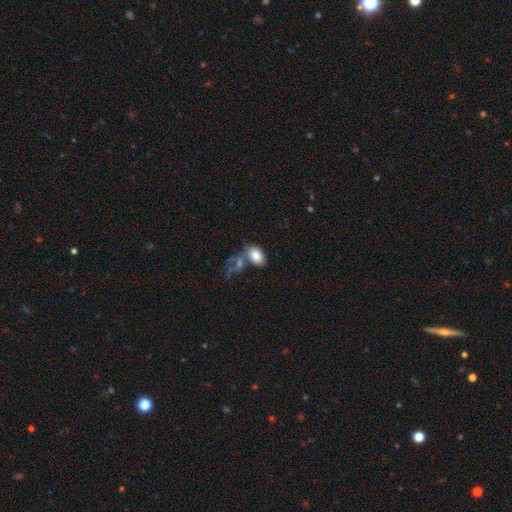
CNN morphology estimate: Smooth or featured? smooth (81%)
How rounded? in between (88%)
Merging? none (37%, tied with merger)